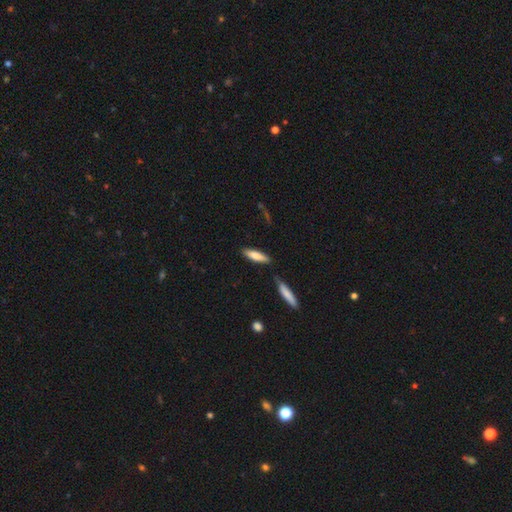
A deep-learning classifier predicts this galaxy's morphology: Smooth or featured?
  - smooth: 75% *
  - featured or disk: 20%
  - star or artifact: 6%
How rounded?
  - cigar-shaped: 68% *
  - in between: 31%
  - round: 1%
Merging?
  - none: 79% *
  - minor disturbance: 12%
  - merger: 7%
  - major disturbance: 3%